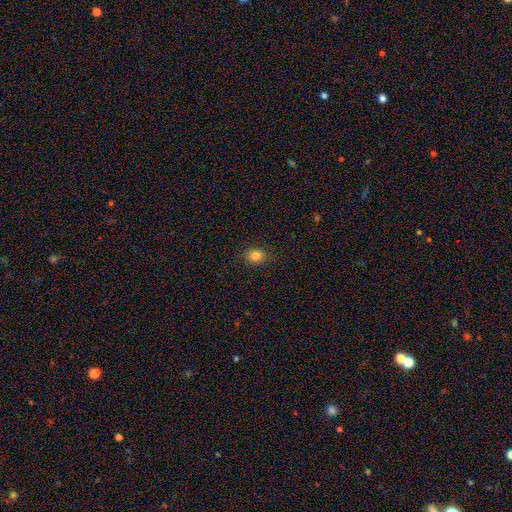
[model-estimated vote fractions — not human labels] A smooth galaxy with no disk features (83%) that is round (51%).

Vote fractions:
- Smooth or featured? smooth: 83% / star or artifact: 12% / featured or disk: 6%
- How rounded? round: 51% / in between: 48% / cigar-shaped: 1%
- Merging? none: 87% / minor disturbance: 9% / major disturbance: 2% / merger: 1%